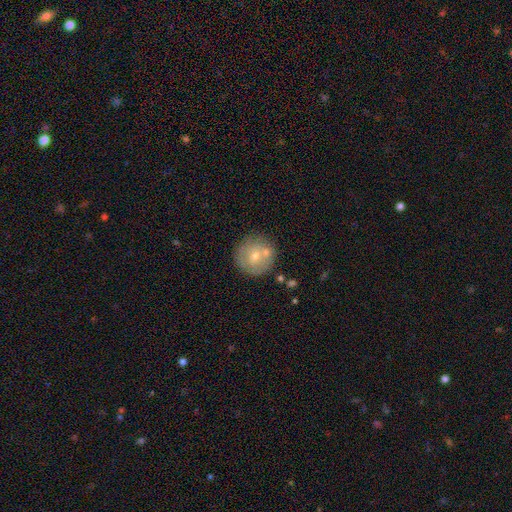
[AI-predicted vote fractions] smooth 58%, featured or disk 32%, star or artifact 10%. Down the decision tree: how rounded — round (95%); merging — none (73%).